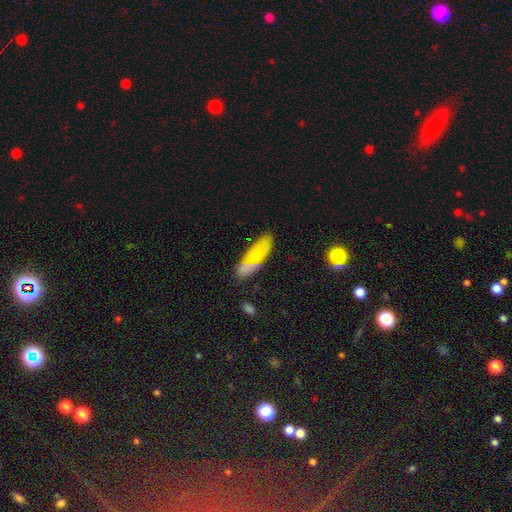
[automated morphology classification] Overall: smooth (63%; featured or disk 27%). How rounded: in between (56%; cigar-shaped 40%). Merging: none (64%).